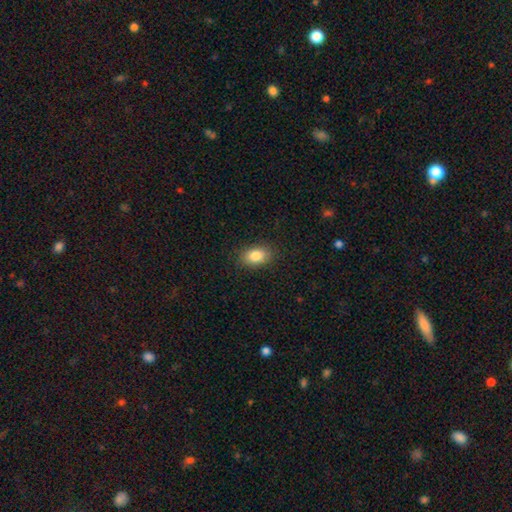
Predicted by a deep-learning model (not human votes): A smooth galaxy with no disk features (85%) that is in between round and cigar-shaped (84%). Merging: none (87%).